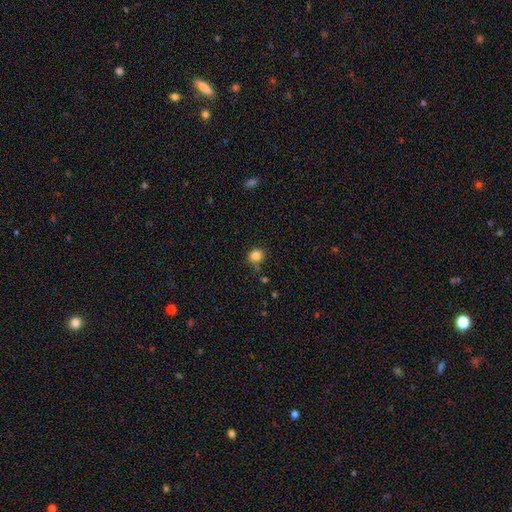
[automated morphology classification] Smooth or featured: smooth — 84% (star or artifact — 11%)
How rounded: round — 86% (in between — 14%)
Merging: none — 80% (minor disturbance — 13%)